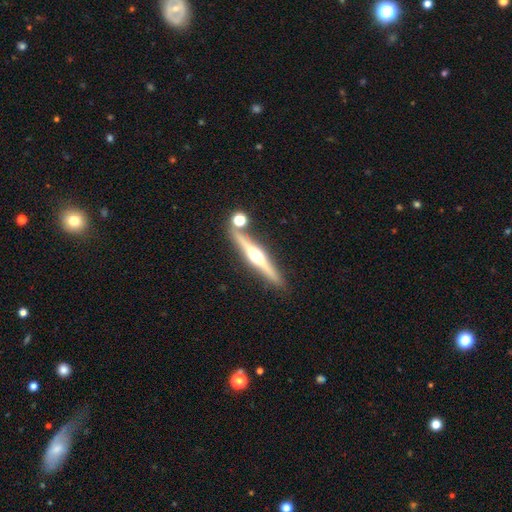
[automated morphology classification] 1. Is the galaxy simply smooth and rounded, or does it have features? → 77% featured or disk, 17% smooth, 6% star or artifact.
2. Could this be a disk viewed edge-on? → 97% yes, 3% no.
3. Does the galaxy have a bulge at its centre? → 95% rounded, 3% boxy, 2% none.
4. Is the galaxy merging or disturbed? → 81% none, 9% minor disturbance, 8% merger, 2% major disturbance.